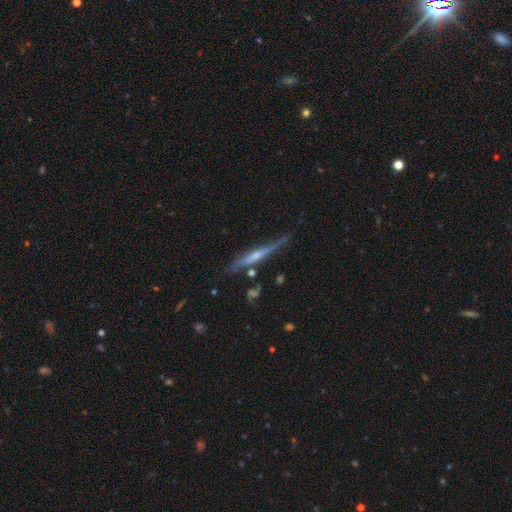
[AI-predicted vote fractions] This appears to be a featured or disk galaxy (74%) viewed edge-on (95%) with a rounded central bulge (67%). Merging: none (72%).